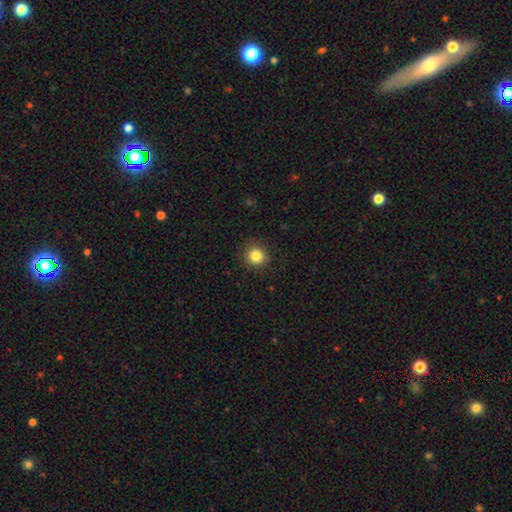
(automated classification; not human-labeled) smooth-or-featured: smooth: 84% | star or artifact: 11% | featured or disk: 5%
  how-rounded: round: 90% | in between: 9% | cigar-shaped: 1%
  merging: none: 89% | minor disturbance: 8% | major disturbance: 3% | merger: 1%